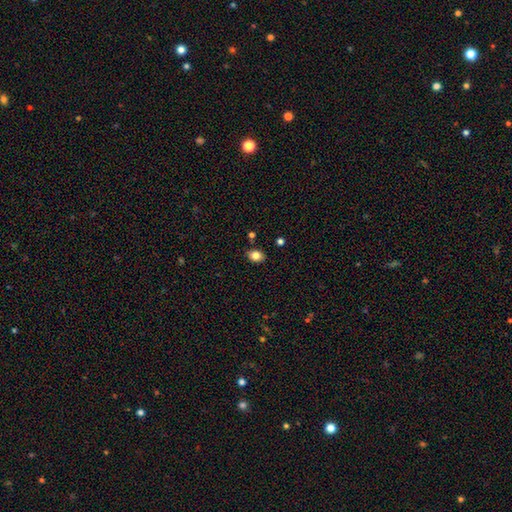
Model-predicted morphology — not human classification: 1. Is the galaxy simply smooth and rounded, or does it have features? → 82% smooth, 10% star or artifact, 8% featured or disk.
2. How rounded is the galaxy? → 69% in between, 30% round, 1% cigar-shaped.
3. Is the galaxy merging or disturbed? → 83% none, 12% minor disturbance, 3% merger, 2% major disturbance.